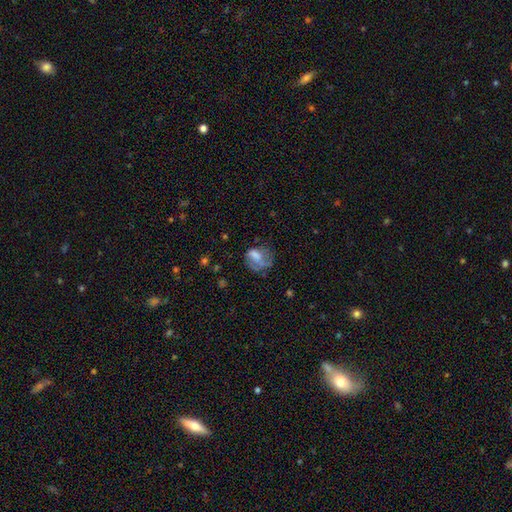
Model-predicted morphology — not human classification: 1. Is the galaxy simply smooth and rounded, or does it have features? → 47% smooth, 39% featured or disk, 14% star or artifact.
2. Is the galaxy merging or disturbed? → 37% none, 36% major disturbance, 23% minor disturbance, 4% merger.